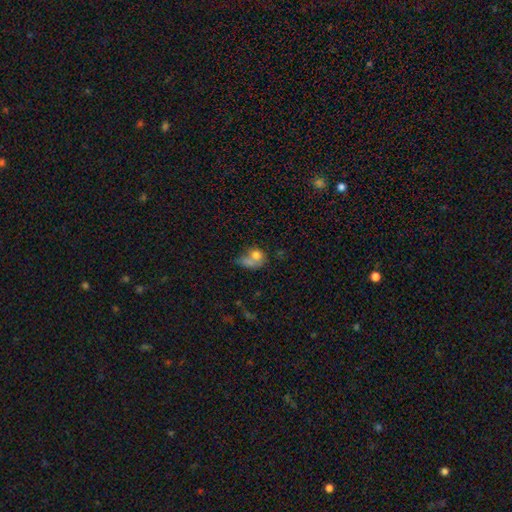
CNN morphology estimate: A smooth galaxy with no disk features (70%) that is in between round and cigar-shaped (50%). Merging: merger (44%).